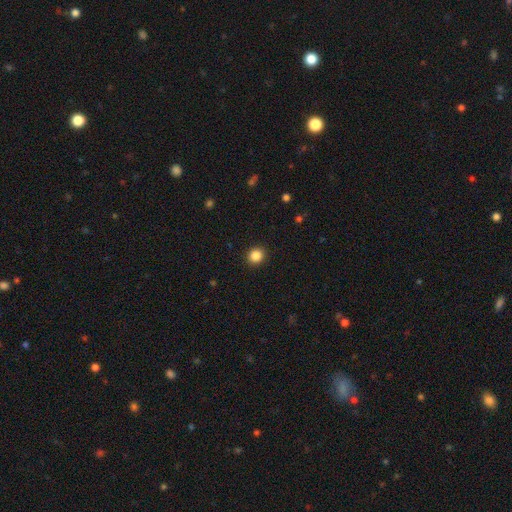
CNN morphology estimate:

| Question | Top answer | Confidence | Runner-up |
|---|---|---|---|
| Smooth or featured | smooth | 86% | star or artifact (10%) |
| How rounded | round | 86% | in between (13%) |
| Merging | none | 92% | minor disturbance (5%) |